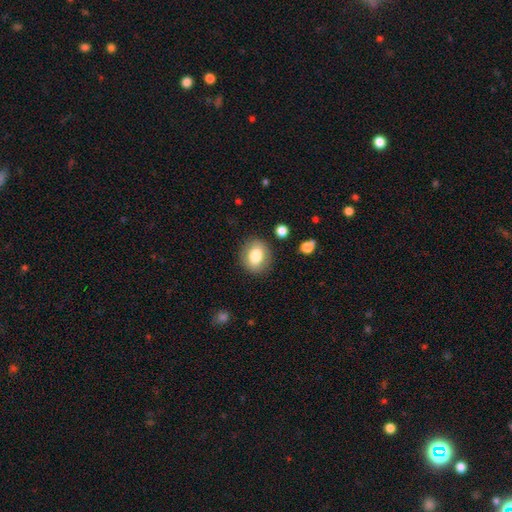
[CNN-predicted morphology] Smooth or featured?
  - smooth: 80% *
  - featured or disk: 11%
  - star or artifact: 8%
How rounded?
  - round: 57% *
  - in between: 42%
  - cigar-shaped: 1%
Merging?
  - none: 85% *
  - minor disturbance: 10%
  - major disturbance: 3%
  - merger: 2%